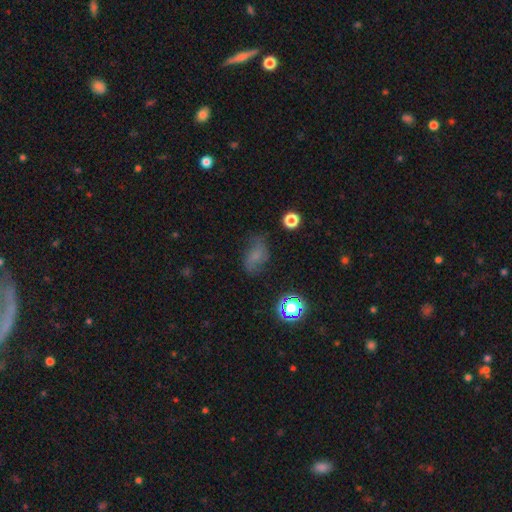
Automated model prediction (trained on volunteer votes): Smooth or featured? smooth (55%)
How rounded? in between (80%)
Merging? none (60%)